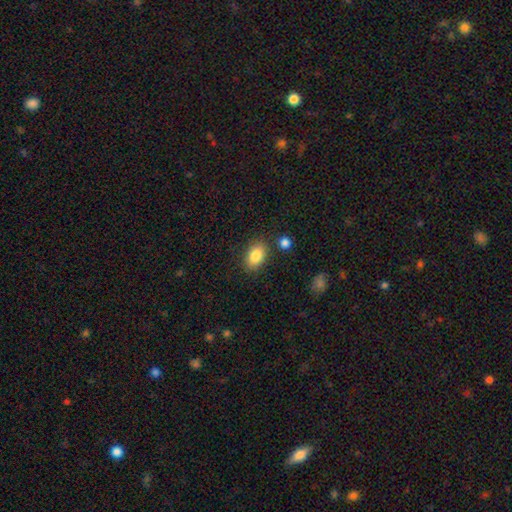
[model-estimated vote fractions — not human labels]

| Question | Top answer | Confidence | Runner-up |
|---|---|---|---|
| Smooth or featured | smooth | 85% | star or artifact (8%) |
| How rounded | in between | 87% | round (11%) |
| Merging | none | 82% | minor disturbance (11%) |